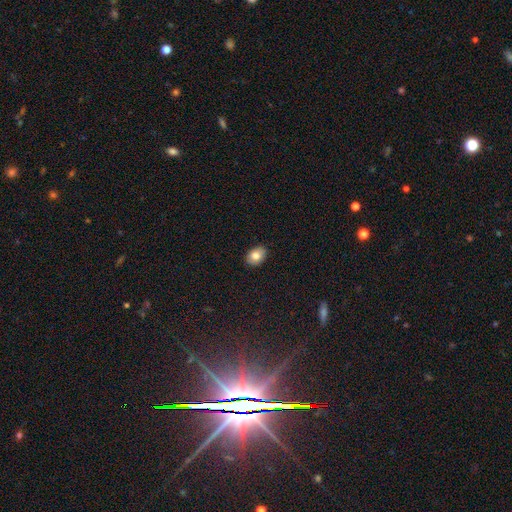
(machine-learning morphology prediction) This appears to be a smooth galaxy with no disk features (82%) that is in between round and cigar-shaped (78%). Merging: none (89%).